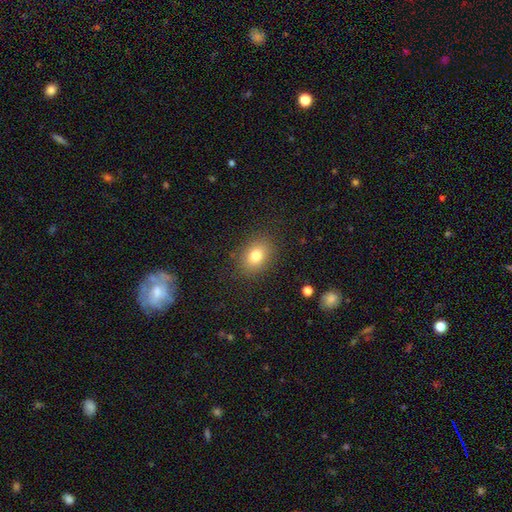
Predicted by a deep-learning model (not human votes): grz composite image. It shows a smooth galaxy with no disk features (80%) that is in between round and cigar-shaped (67%). Merging: none (85%).